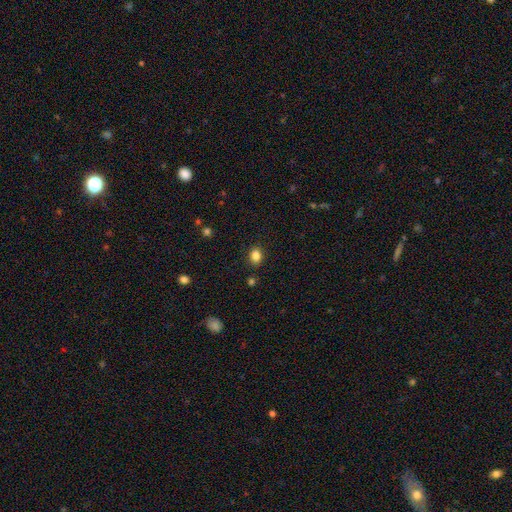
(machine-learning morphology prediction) Smooth or featured?
  - smooth: 85% *
  - star or artifact: 11%
  - featured or disk: 4%
How rounded?
  - in between: 59% *
  - round: 40%
  - cigar-shaped: 1%
Merging?
  - none: 87% *
  - minor disturbance: 9%
  - major disturbance: 2%
  - merger: 2%